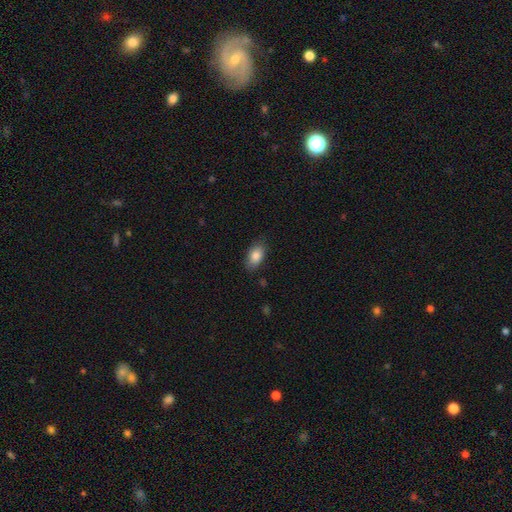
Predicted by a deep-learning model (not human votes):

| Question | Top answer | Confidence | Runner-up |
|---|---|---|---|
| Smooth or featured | smooth | 86% | featured or disk (7%) |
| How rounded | in between | 91% | round (5%) |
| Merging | none | 82% | minor disturbance (13%) |